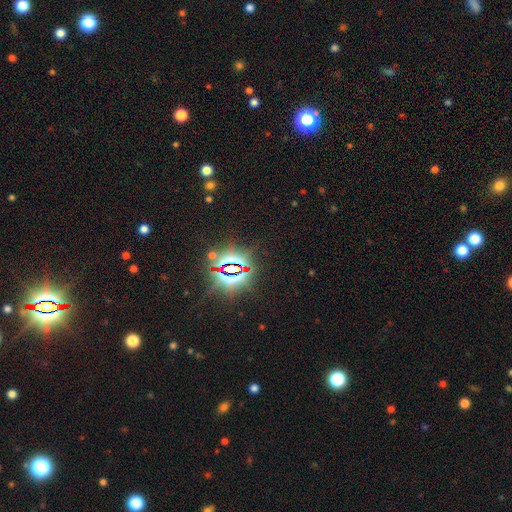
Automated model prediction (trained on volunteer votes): Smooth or featured? star or artifact (82%)